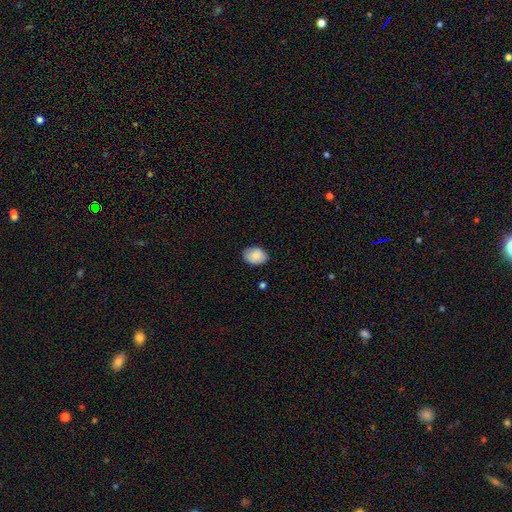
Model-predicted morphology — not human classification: A smooth galaxy with no disk features (89%) that is in between round and cigar-shaped (71%). Merging: none (84%).